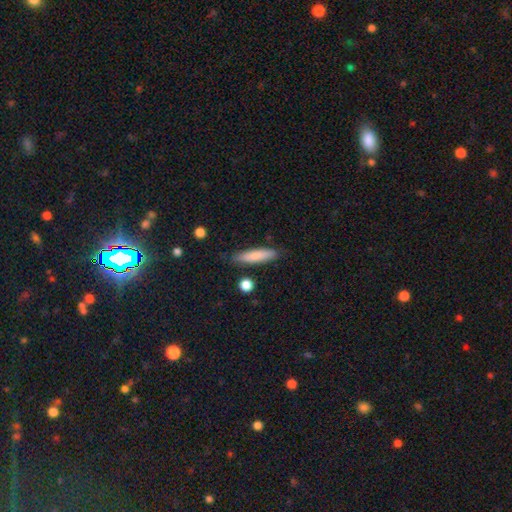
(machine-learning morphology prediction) Smooth or featured? smooth (79%)
How rounded? cigar-shaped (81%)
Merging? none (84%)